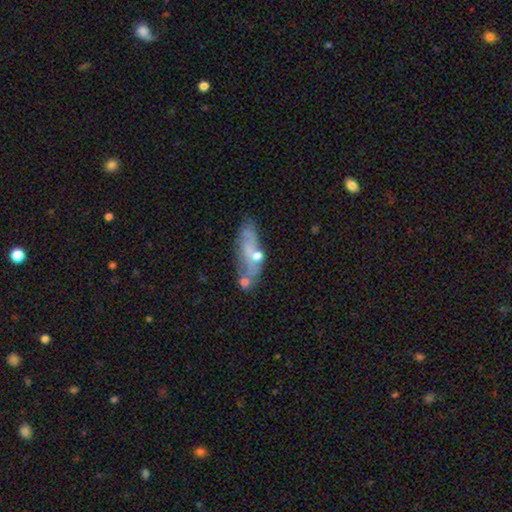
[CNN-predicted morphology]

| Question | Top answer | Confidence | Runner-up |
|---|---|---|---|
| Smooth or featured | featured or disk | 46% | smooth (44%) |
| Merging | none | 38% | merger (25%) |